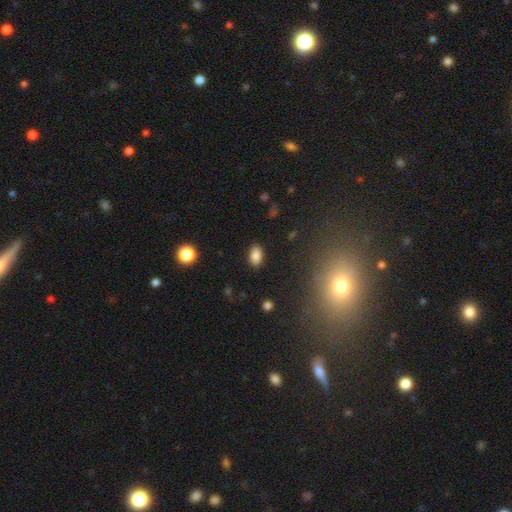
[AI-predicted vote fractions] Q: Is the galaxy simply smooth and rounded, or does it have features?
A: smooth — 85%.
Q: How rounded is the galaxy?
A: in between — 91%.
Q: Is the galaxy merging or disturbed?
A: none — 87%.